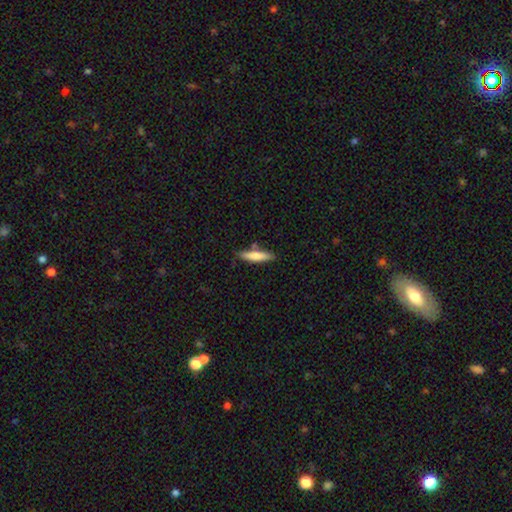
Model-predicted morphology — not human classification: A smooth galaxy with no disk features (71%) that is cigar-shaped (78%). Merging: none (79%).